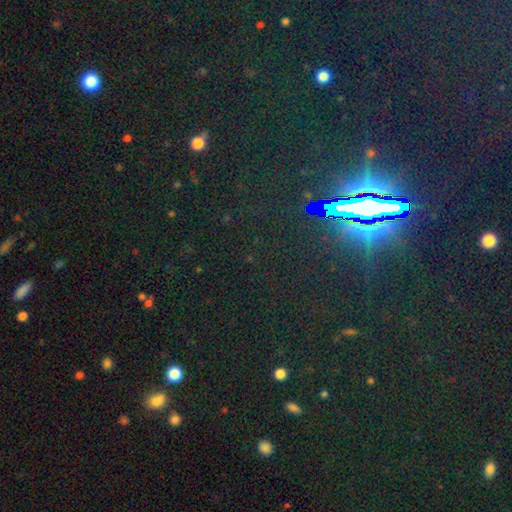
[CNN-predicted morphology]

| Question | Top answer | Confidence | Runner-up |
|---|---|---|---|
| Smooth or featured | star or artifact | 78% | smooth (13%) |